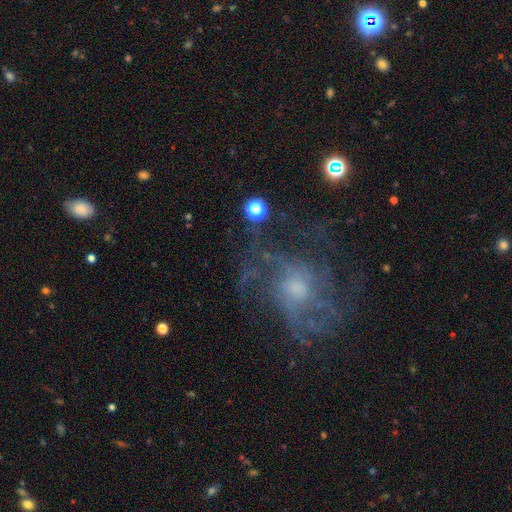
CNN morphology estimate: This is likely a featured or disk galaxy (70%). It is clearly not viewed edge-on (96%). Bar: likely no (71%). Spiral arm pattern: clearly yes (83%). Spiral arm count: marginally can't tell (39%). Spiral winding: marginally medium (44%). Central bulge: possibly moderate (47%). Merging: likely none (63%).